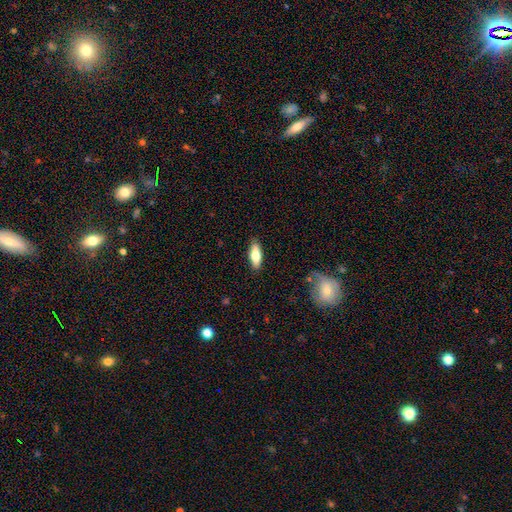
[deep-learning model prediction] A smooth galaxy with no disk features (72%) that is in between round and cigar-shaped (67%).

Vote fractions:
- Smooth or featured? smooth: 72% / featured or disk: 22% / star or artifact: 6%
- How rounded? in between: 67% / cigar-shaped: 31% / round: 2%
- Merging? none: 87% / minor disturbance: 10% / major disturbance: 2% / merger: 1%